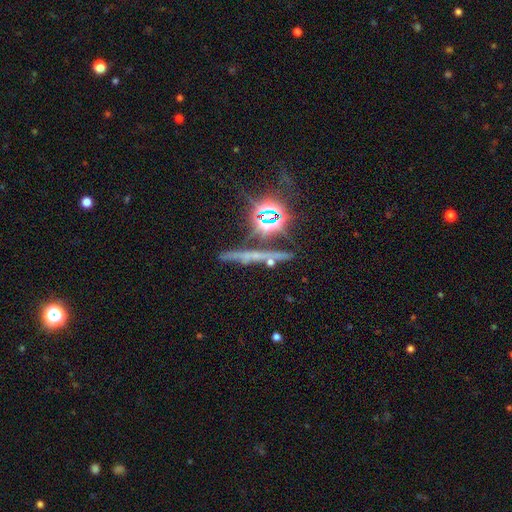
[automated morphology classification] Smooth or featured?
  - star or artifact: 51% *
  - featured or disk: 27%
  - smooth: 22%